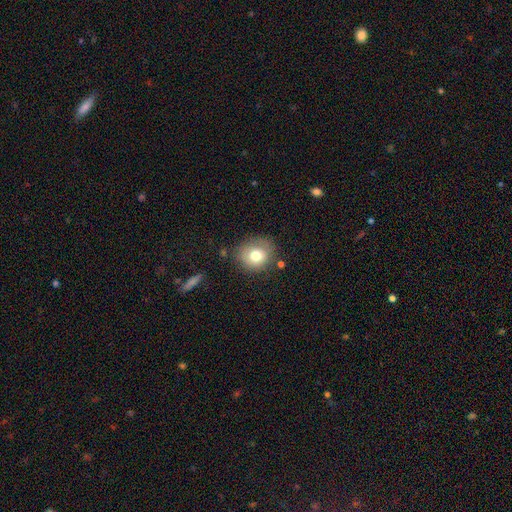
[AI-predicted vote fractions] Overall: smooth (76%). How rounded: round (74%). Merging: none (73%).